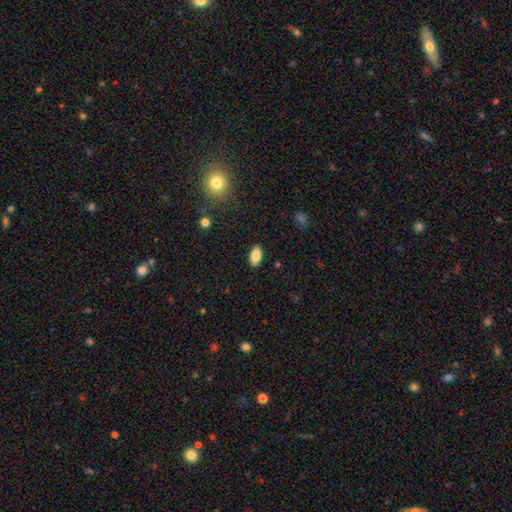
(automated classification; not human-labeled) The model was most divided on "smooth or featured": smooth: 84%, featured or disk: 8%, star or artifact: 8%. More confident: how rounded — in between (93%); merging — none (88%).